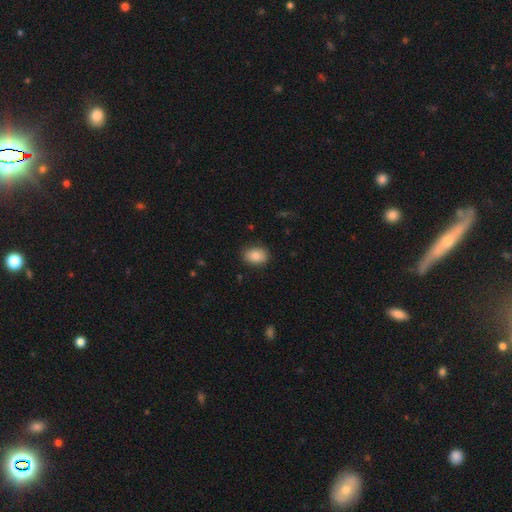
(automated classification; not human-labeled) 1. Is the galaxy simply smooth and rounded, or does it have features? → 85% smooth, 8% star or artifact, 7% featured or disk.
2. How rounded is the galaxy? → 73% in between, 26% round, 1% cigar-shaped.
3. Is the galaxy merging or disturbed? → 84% none, 12% minor disturbance, 3% major disturbance, 1% merger.